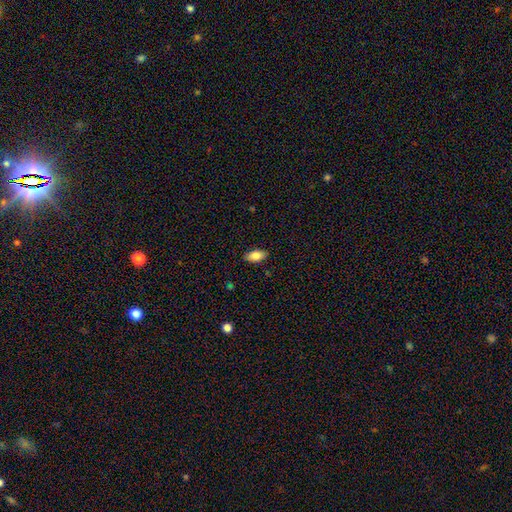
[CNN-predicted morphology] This is clearly a smooth galaxy (85%). How rounded: clearly in between (92%). Merging: clearly none (87%).